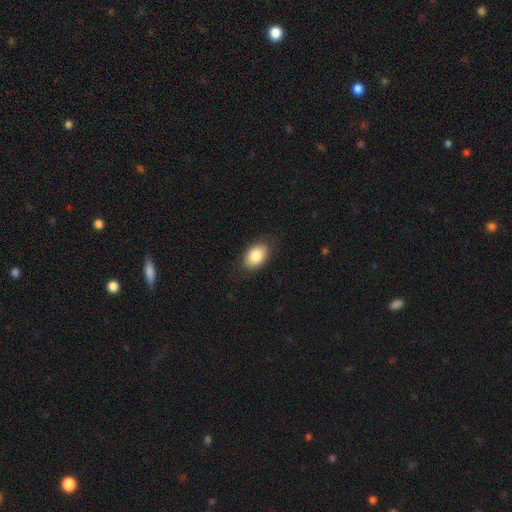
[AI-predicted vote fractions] This is clearly a smooth galaxy (84%). How rounded: clearly in between (86%). Merging: clearly none (84%).